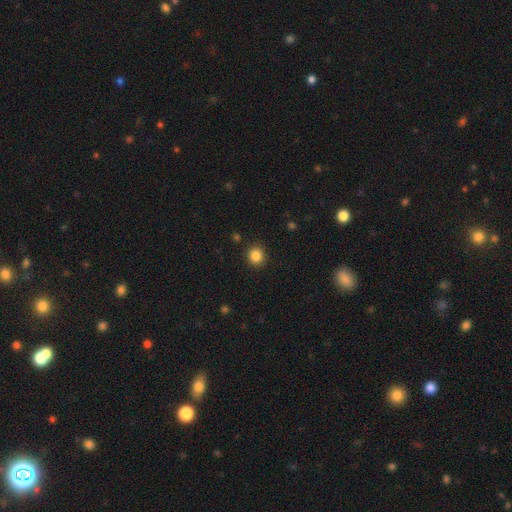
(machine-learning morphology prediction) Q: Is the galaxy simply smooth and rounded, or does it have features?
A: smooth — 86%.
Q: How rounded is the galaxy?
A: round — 88%.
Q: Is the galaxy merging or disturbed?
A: none — 90%.